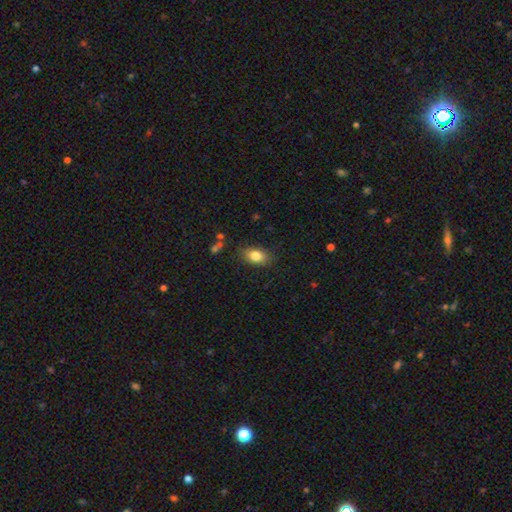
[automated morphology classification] smooth-or-featured: smooth: 82% | featured or disk: 10% | star or artifact: 8%
  how-rounded: in between: 86% | round: 11% | cigar-shaped: 2%
  merging: none: 82% | minor disturbance: 13% | major disturbance: 3% | merger: 2%